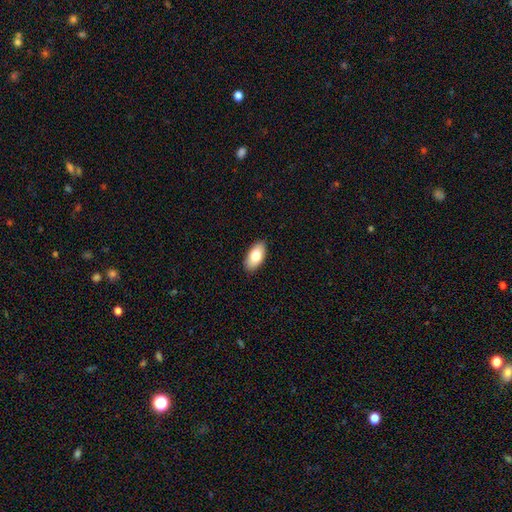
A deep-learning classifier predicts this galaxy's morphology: Smooth or featured: smooth — 79% (featured or disk — 15%)
How rounded: in between — 93% (cigar-shaped — 4%)
Merging: none — 89% (minor disturbance — 9%)